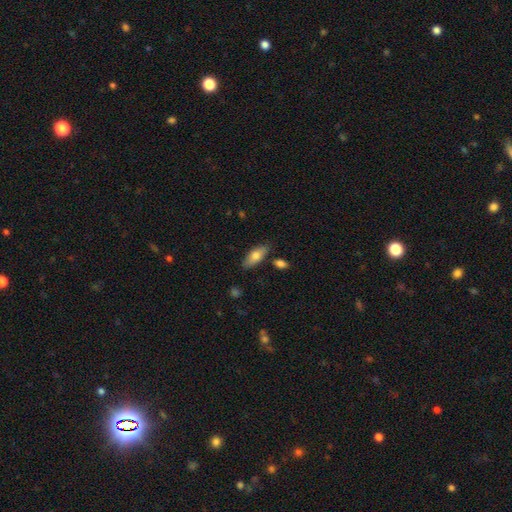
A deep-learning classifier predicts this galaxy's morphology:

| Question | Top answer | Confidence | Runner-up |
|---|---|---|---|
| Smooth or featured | smooth | 73% | featured or disk (21%) |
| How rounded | in between | 77% | cigar-shaped (20%) |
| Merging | none | 80% | minor disturbance (13%) |